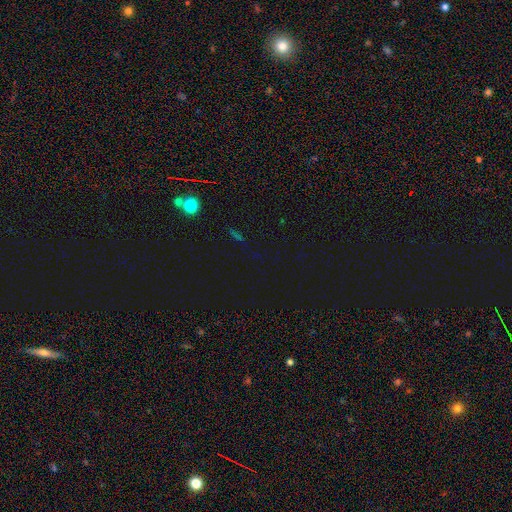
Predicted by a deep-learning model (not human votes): Q: Smooth or featured?
A: star or artifact (67%); runner-up: smooth (25%)